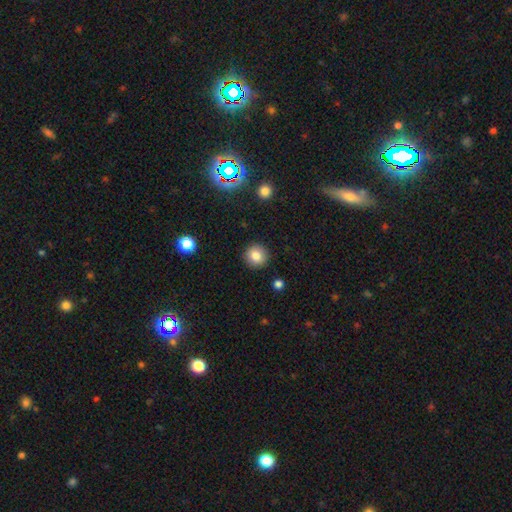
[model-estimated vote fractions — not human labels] Overall: smooth (83%). How rounded: round (91%). Merging: none (91%).